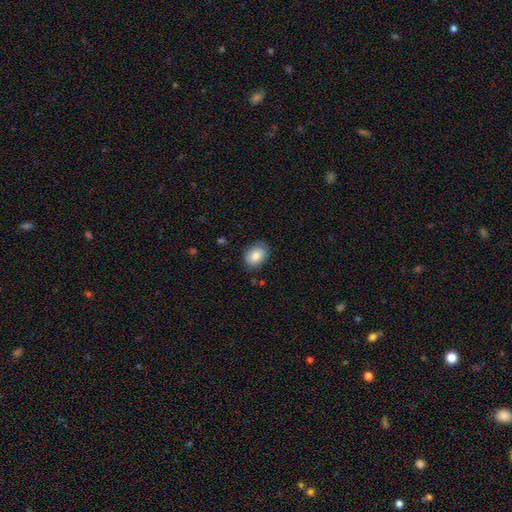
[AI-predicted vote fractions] This appears to be a smooth galaxy with no disk features (84%) that is in between round and cigar-shaped (73%). Merging: none (79%).